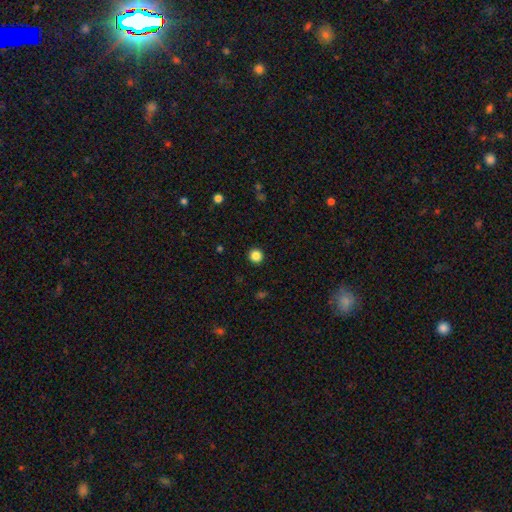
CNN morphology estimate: This is clearly a smooth galaxy (86%). How rounded: clearly round (95%). Merging: clearly none (93%).